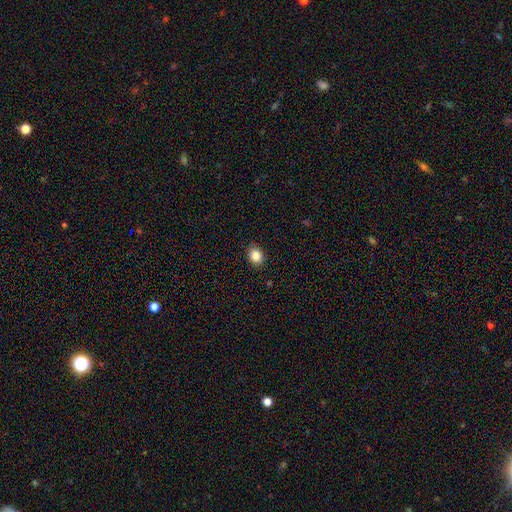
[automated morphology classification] Smooth or featured: smooth — 85% (star or artifact — 10%)
How rounded: in between — 50% (round — 49%)
Merging: none — 87% (minor disturbance — 10%)